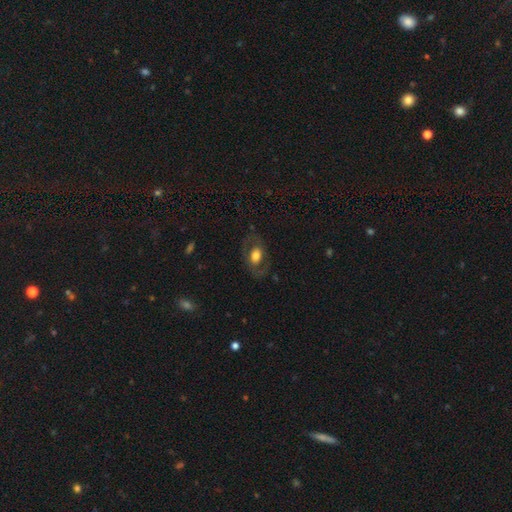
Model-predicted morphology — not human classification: A smooth galaxy with no disk features (52%) that is in between round and cigar-shaped (78%). Merging: none (74%).